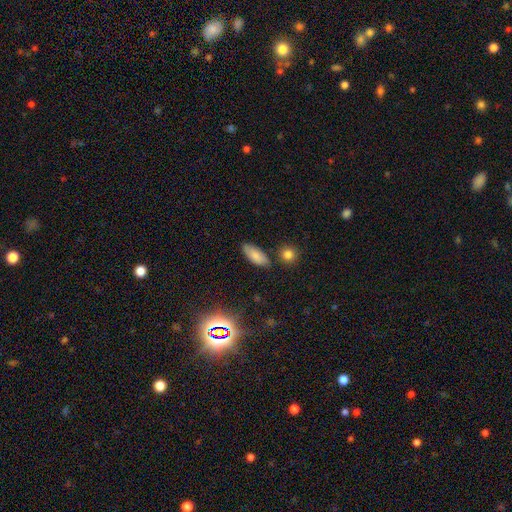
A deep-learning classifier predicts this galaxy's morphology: This is likely a smooth galaxy (80%). How rounded: clearly in between (83%). Merging: likely none (78%).